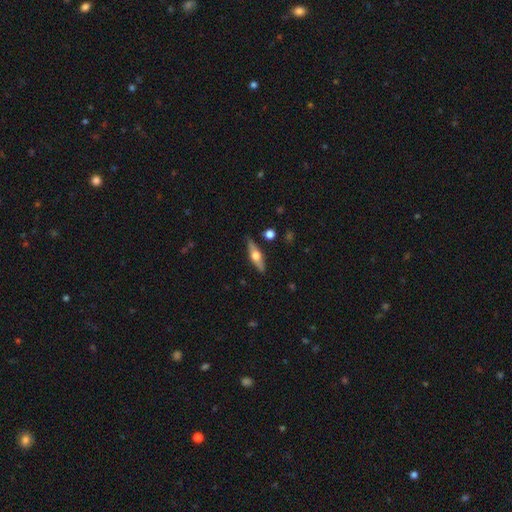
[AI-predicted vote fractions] smooth-or-featured: featured or disk: 61% | smooth: 33% | star or artifact: 6%
  disk-edge-on: yes: 94% | no: 6%
    edge-on-bulge: rounded: 95% | boxy: 4% | none: 2%
  merging: none: 87% | minor disturbance: 9% | major disturbance: 2% | merger: 2%